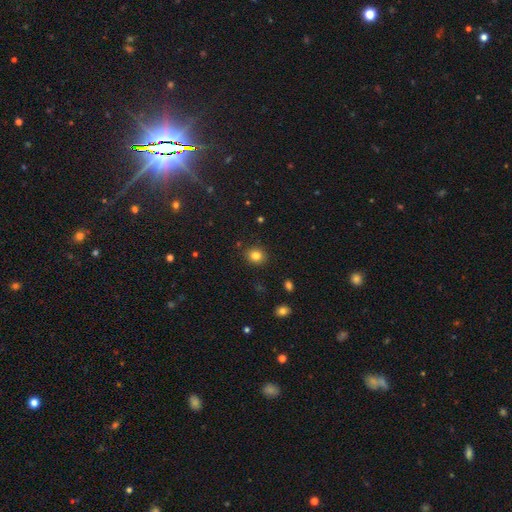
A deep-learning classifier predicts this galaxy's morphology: type=smooth (82%); roundness=round (72%); merging=none (88%).